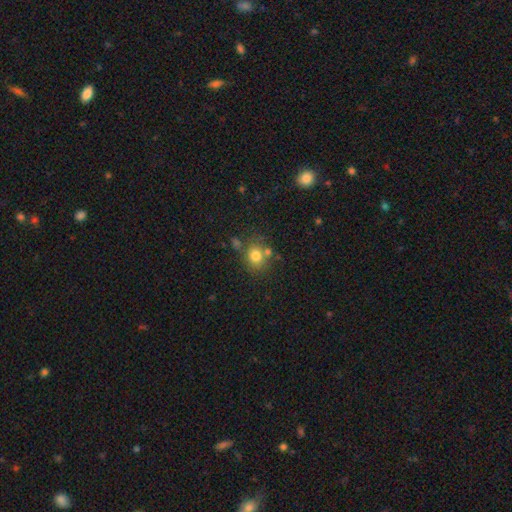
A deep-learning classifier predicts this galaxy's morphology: A smooth galaxy with no disk features (77%) that is round (72%).

Vote fractions:
- Smooth or featured? smooth: 77% / star or artifact: 13% / featured or disk: 10%
- How rounded? round: 72% / in between: 27% / cigar-shaped: 1%
- Merging? none: 65% / merger: 16% / minor disturbance: 14% / major disturbance: 5%